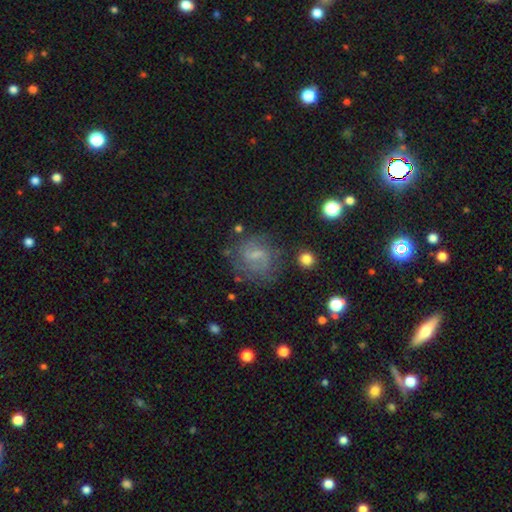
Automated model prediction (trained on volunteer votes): The model was most divided on "bulge size": small: 46%, none: 30%, moderate: 21%, large: 2%, dominant: 1%. More confident: edge-on disk — no (97%); spiral arms — yes (69%); merging — none (61%); smooth or featured — featured or disk (54%); bar — weak (53%).